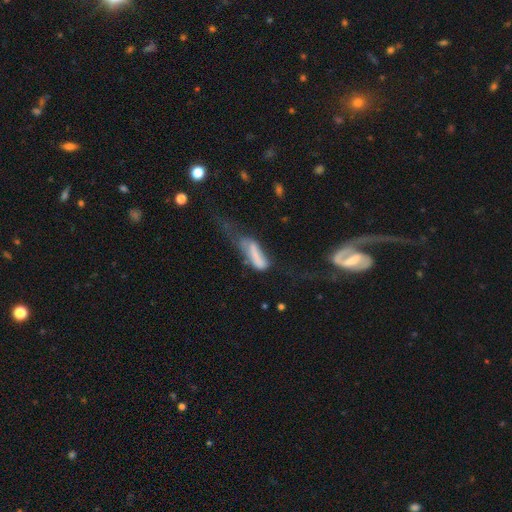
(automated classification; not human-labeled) smooth_or_featured: smooth (p=0.60) [alt: featured or disk p=0.31]
how_rounded: cigar-shaped (p=0.51) [alt: in between p=0.46]
merging: major disturbance (p=0.55) [alt: minor disturbance p=0.18]